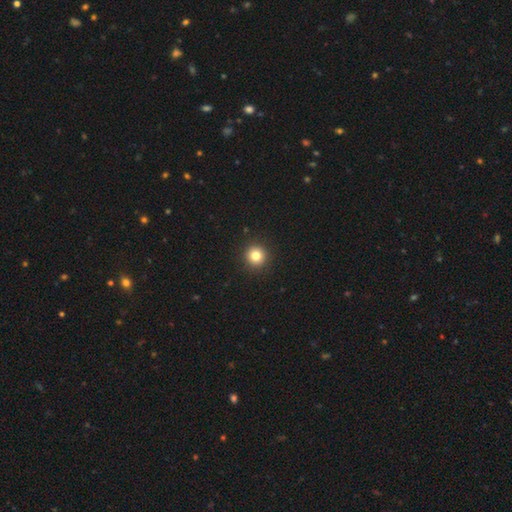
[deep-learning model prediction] This appears to be a smooth galaxy with no disk features (82%) that is round (95%). Merging: none (93%).